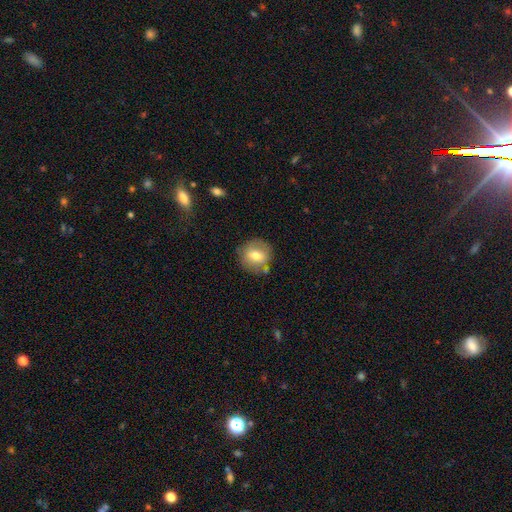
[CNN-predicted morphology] smooth 69%, featured or disk 22%, star or artifact 8%. Down the decision tree: how rounded — round (86%); merging — none (80%).